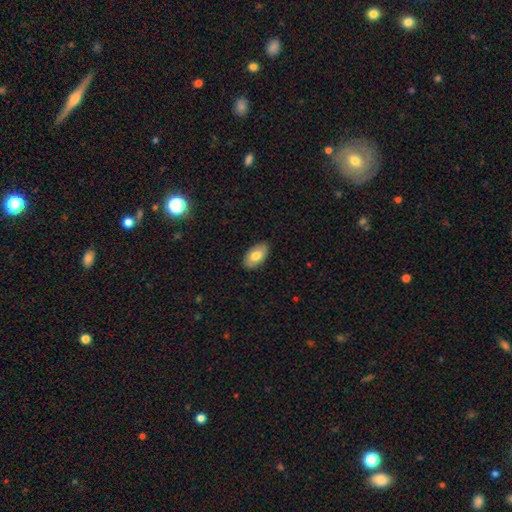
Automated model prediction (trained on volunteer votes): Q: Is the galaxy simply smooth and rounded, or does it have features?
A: smooth — 73%.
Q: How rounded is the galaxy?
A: in between — 94%.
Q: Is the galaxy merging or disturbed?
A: none — 85%.